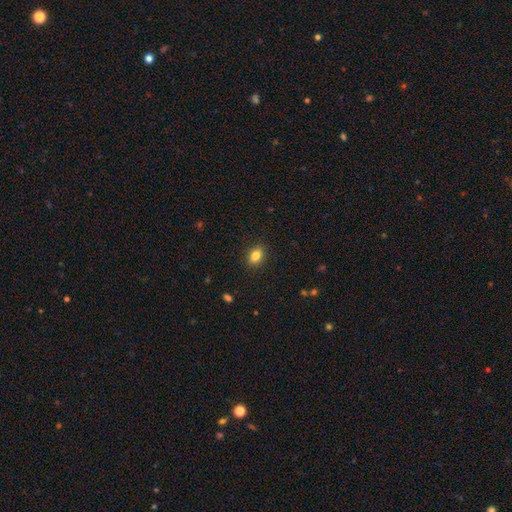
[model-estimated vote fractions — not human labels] Smooth or featured? Predicted: smooth (p=0.84). How rounded? Predicted: in between (p=0.74). Merging? Predicted: none (p=0.89).